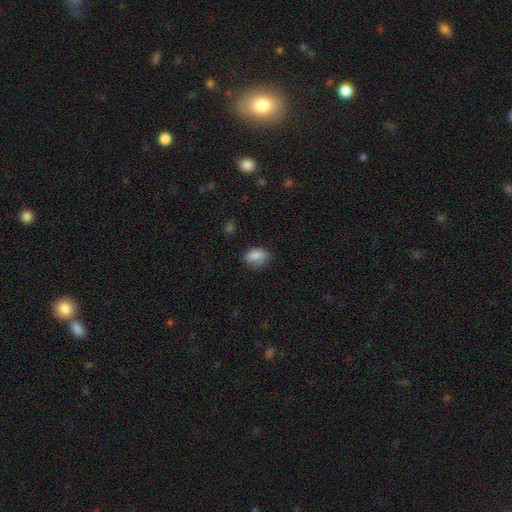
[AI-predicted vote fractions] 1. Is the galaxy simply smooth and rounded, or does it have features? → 85% smooth, 9% star or artifact, 6% featured or disk.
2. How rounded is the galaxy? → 78% in between, 21% round, 1% cigar-shaped.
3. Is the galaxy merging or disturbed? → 66% none, 26% minor disturbance, 7% major disturbance, 2% merger.